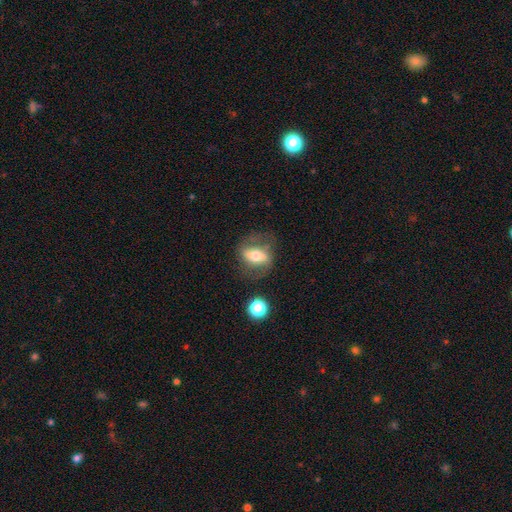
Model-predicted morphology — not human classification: This is possibly a featured or disk galaxy (51%). It is clearly not viewed edge-on (83%). Merging: likely none (62%).